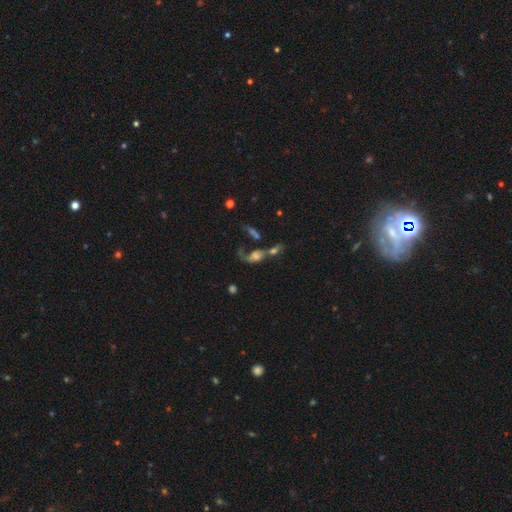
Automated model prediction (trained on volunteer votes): A featured or disk galaxy (46%).

Vote fractions:
- Smooth or featured? featured or disk: 46% / smooth: 37% / star or artifact: 17%
- Merging? merger: 54% / major disturbance: 21% / none: 17% / minor disturbance: 8%